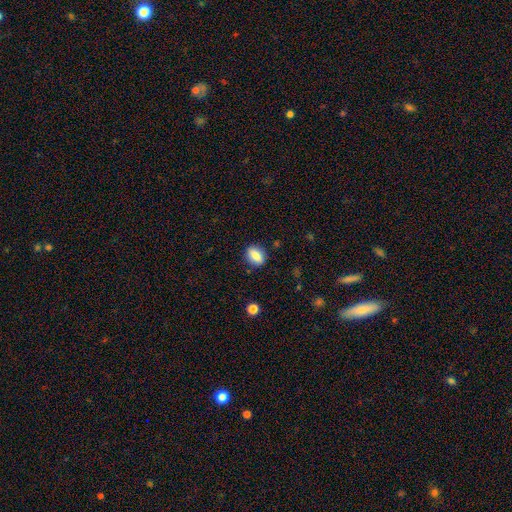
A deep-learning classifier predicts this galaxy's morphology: Q: Smooth or featured?
A: smooth (84%); runner-up: featured or disk (8%)
Q: How rounded?
A: in between (72%); runner-up: round (24%)
Q: Merging?
A: none (85%); runner-up: minor disturbance (10%)